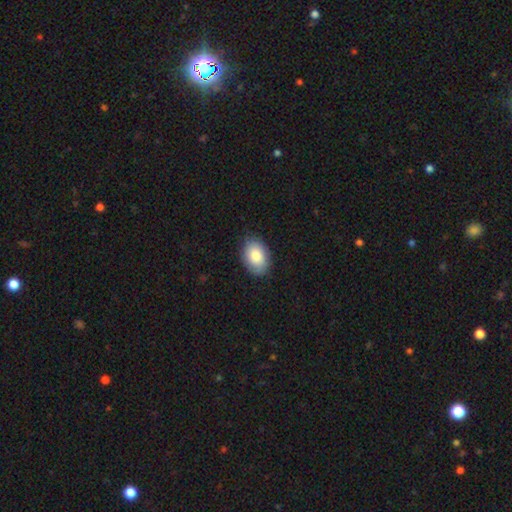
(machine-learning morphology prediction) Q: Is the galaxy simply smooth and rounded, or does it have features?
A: smooth — 84%.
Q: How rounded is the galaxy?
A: in between — 81%.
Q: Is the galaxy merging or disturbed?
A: none — 83%.